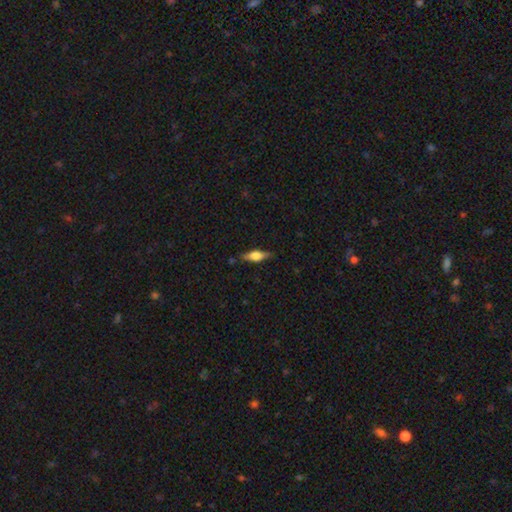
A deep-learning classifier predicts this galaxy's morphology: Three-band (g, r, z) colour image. It shows a featured or disk galaxy (47%). Merging: none (83%).